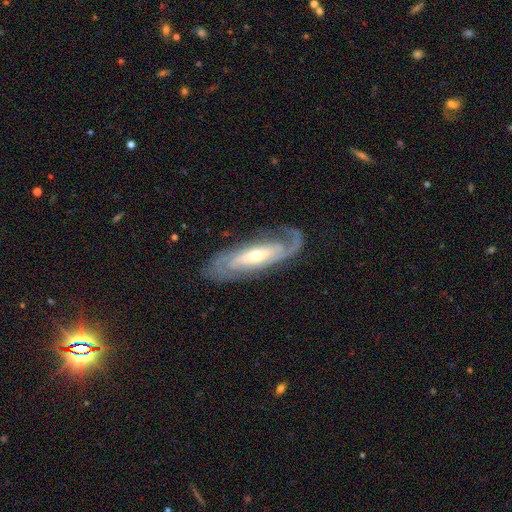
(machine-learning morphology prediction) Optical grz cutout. It shows a featured or disk galaxy (85%) with no bar (44%), 2 (61%) tight (47%) spiral arms (94%) and a small central bulge (50%). Merging: none (74%).